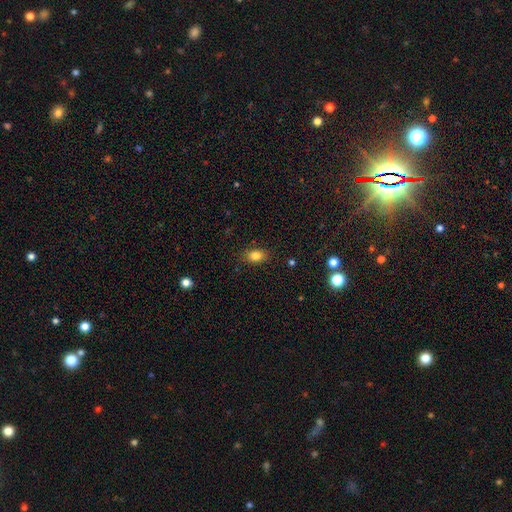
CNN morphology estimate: Q: Smooth or featured?
A: smooth (82%); runner-up: star or artifact (10%)
Q: How rounded?
A: in between (78%); runner-up: round (20%)
Q: Merging?
A: none (85%); runner-up: minor disturbance (11%)